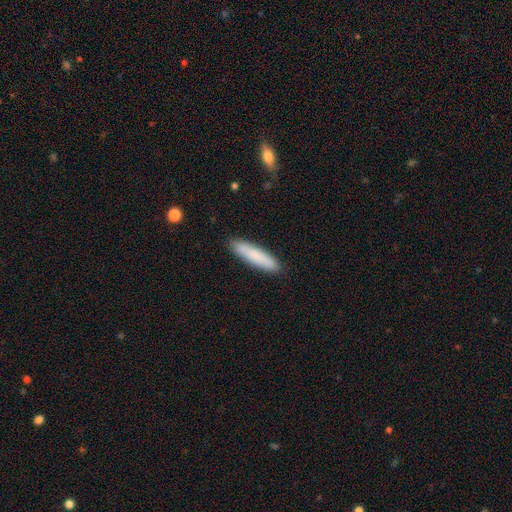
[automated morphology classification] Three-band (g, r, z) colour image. It shows a smooth galaxy with no disk features (83%) that is cigar-shaped (84%). Merging: none (89%).